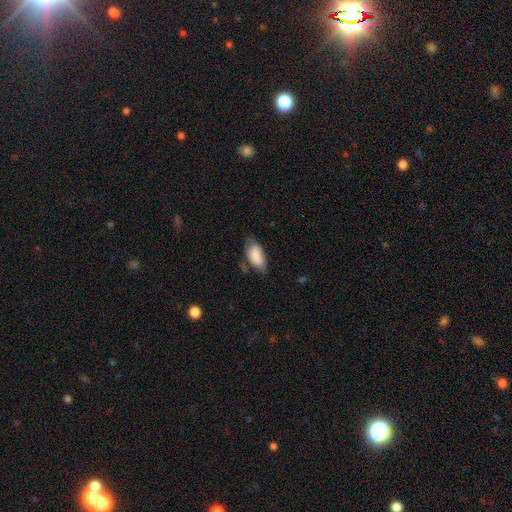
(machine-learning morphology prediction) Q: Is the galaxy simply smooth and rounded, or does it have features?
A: smooth — 81%.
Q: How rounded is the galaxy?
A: in between — 92%.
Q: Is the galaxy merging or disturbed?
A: none — 45%.